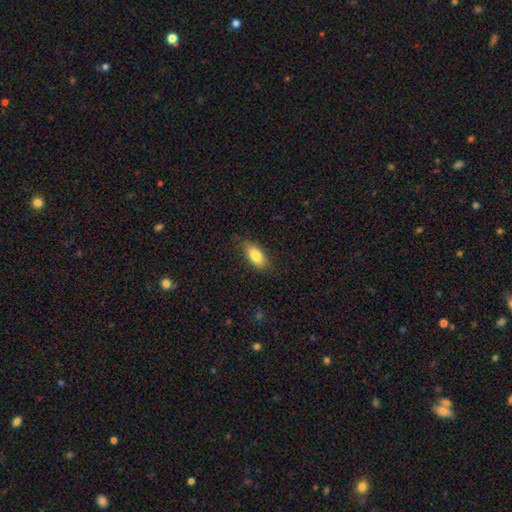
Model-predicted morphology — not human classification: Smooth or featured? Predicted: smooth (p=0.81). How rounded? Predicted: in between (p=0.87). Merging? Predicted: none (p=0.79).